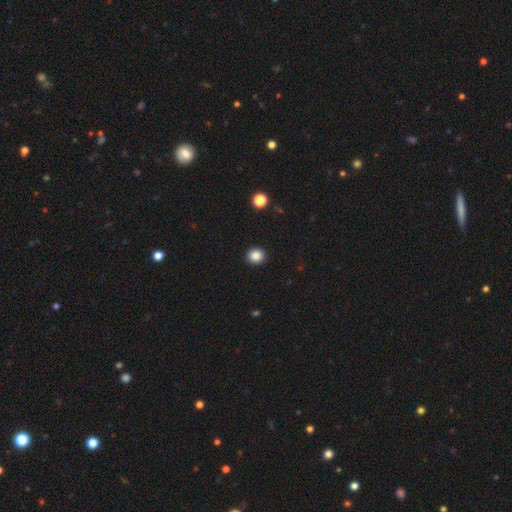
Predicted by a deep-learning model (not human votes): Smooth or featured? smooth (86%)
How rounded? round (82%)
Merging? none (92%)